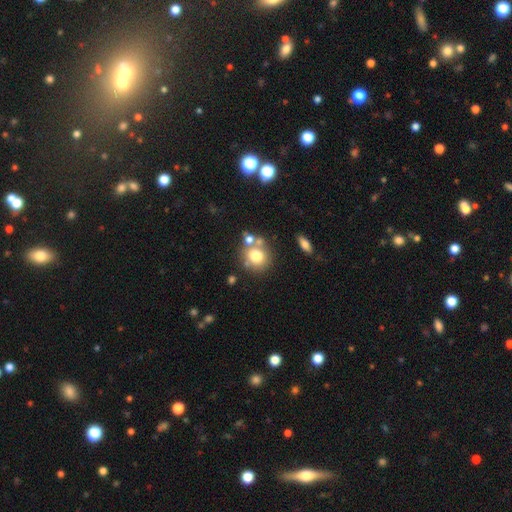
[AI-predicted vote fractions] Overall: smooth (73%). How rounded: round (78%). Merging: none (60%; merger 24%).